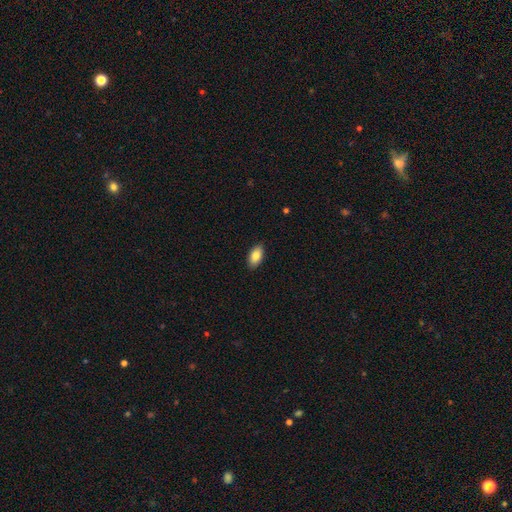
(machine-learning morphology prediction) Smooth or featured: smooth — 84% (featured or disk — 9%)
How rounded: in between — 92% (cigar-shaped — 5%)
Merging: none — 89% (minor disturbance — 9%)